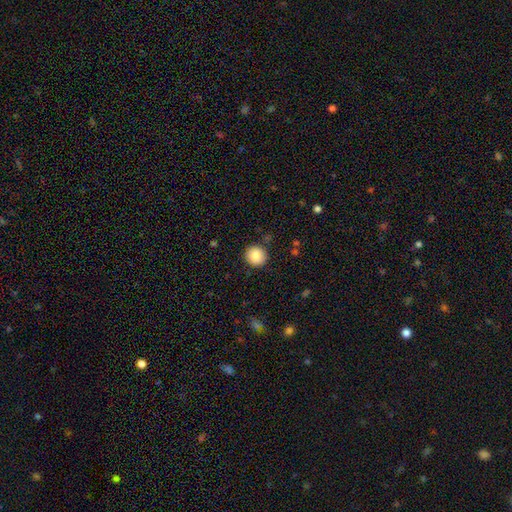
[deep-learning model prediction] smooth_or_featured: smooth (p=0.86) [alt: star or artifact p=0.08]
how_rounded: round (p=0.90) [alt: in between p=0.09]
merging: none (p=0.89) [alt: minor disturbance p=0.07]